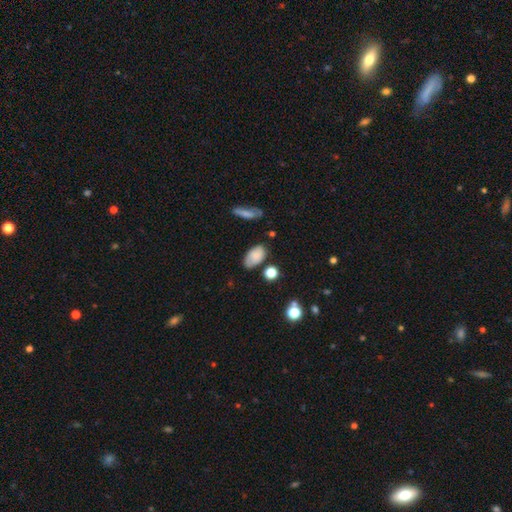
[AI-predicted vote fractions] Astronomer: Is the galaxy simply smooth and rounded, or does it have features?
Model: smooth — 75%.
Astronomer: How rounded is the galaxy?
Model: in between — 90%.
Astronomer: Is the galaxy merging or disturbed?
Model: none — 65%.